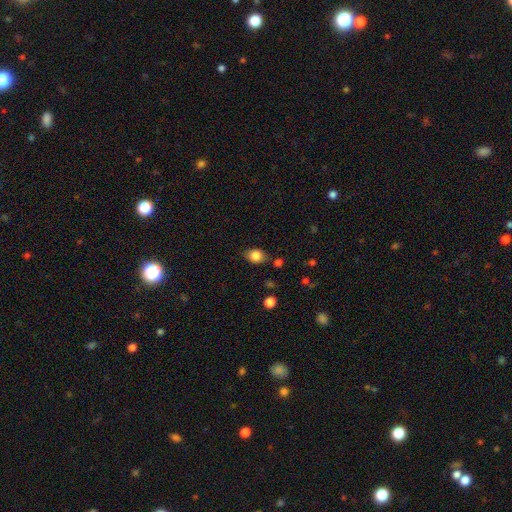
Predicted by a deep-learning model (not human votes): A smooth galaxy with no disk features (84%) that is in between round and cigar-shaped (59%). Merging: none (76%).